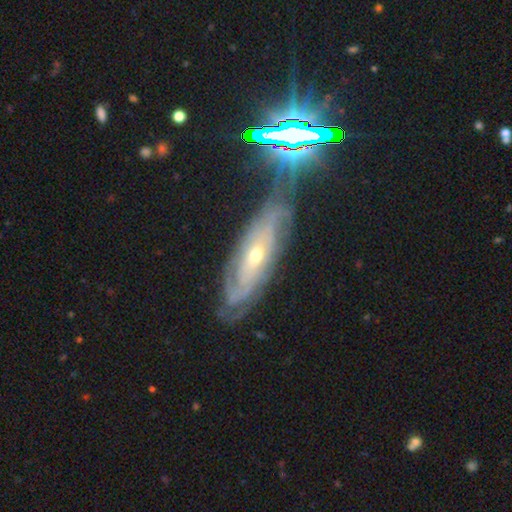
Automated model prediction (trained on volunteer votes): Smooth or featured?
  - featured or disk: 79% *
  - smooth: 14%
  - star or artifact: 8%
Edge-on disk?
  - no: 83% *
  - yes: 17%
Bar?
  - no: 71% *
  - weak: 21%
  - strong: 8%
Spiral arms?
  - yes: 86% *
  - no: 14%
Spiral winding?
  - tight: 71% *
  - medium: 22%
  - loose: 7%
Spiral arm count?
  - can't tell: 57% *
  - 2: 18%
  - 3: 10%
  - 4: 6%
  - more than 4: 5%
  - 1: 5%
Bulge size?
  - small: 53% *
  - moderate: 43%
  - large: 2%
  - none: 1%
  - dominant: 1%
Merging?
  - none: 63% *
  - minor disturbance: 20%
  - major disturbance: 10%
  - merger: 7%